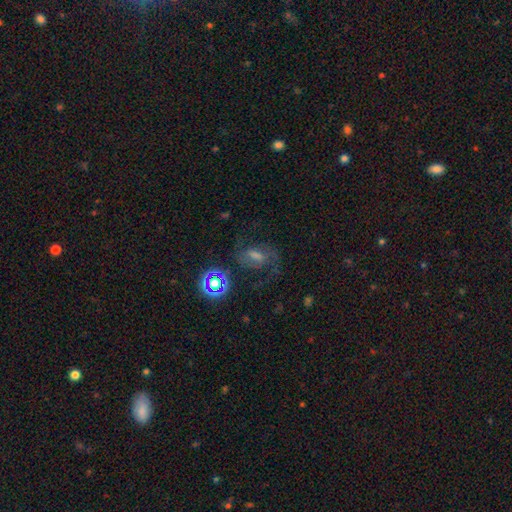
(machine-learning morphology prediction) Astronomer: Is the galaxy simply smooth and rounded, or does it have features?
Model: featured or disk — 55%.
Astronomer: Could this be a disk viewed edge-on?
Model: no — 95%.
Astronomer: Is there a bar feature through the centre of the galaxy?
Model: weak — 50% (runner-up: strong, 28%).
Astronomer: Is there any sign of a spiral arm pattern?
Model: yes — 88%.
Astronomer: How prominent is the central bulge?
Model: moderate — 44% (runner-up: small, 29%).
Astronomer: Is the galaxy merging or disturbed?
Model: none — 63%.